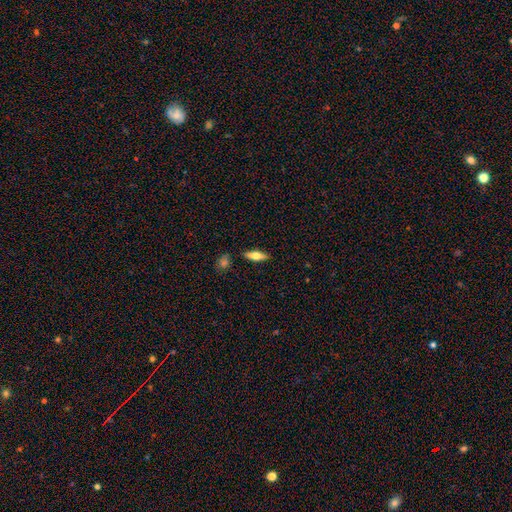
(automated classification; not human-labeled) Smooth or featured? smooth (57%)
How rounded? in between (50%)
Merging? none (88%)